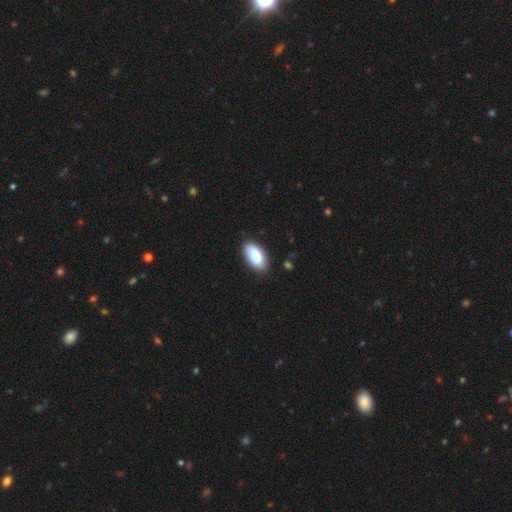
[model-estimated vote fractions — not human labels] This is clearly a smooth galaxy (85%). How rounded: clearly in between (94%). Merging: clearly none (83%).